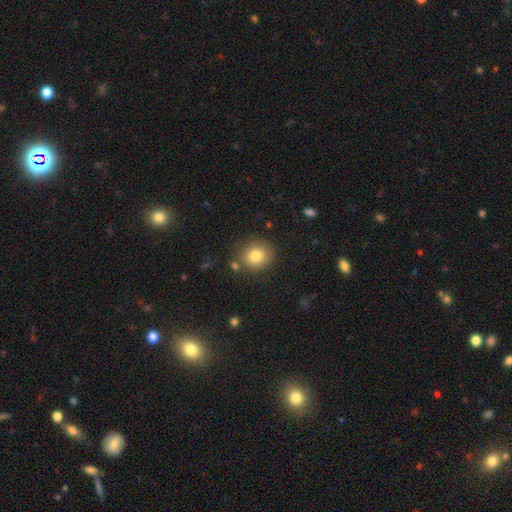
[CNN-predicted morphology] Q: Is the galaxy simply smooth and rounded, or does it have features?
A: smooth — 82%.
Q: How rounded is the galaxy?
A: round — 84%.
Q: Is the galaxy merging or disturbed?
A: none — 80%.